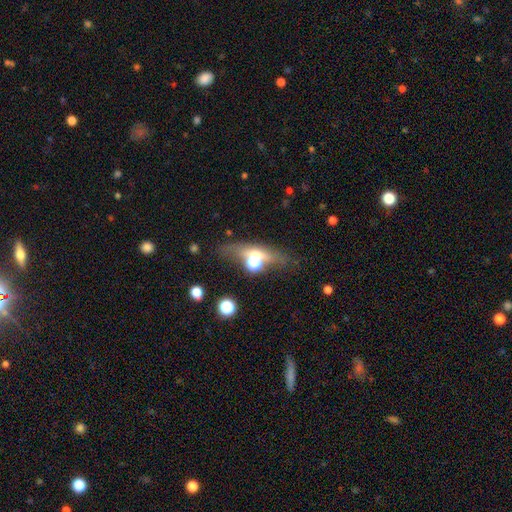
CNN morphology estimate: This is marginally a smooth galaxy (42%). Merging: possibly none (53%).